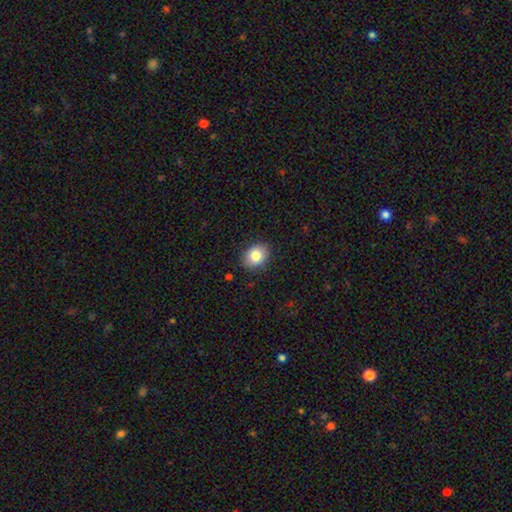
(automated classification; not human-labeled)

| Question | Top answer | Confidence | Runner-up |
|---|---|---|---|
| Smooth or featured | smooth | 83% | star or artifact (9%) |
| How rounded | in between | 50% | round (49%) |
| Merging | none | 87% | minor disturbance (9%) |